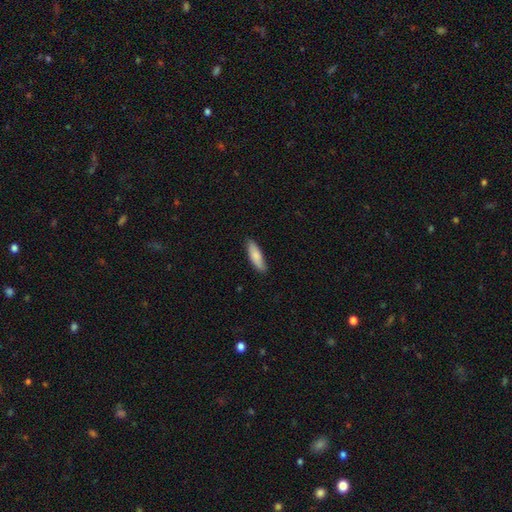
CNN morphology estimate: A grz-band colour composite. It shows a smooth galaxy with no disk features (82%) that is cigar-shaped (53%). Merging: none (86%).